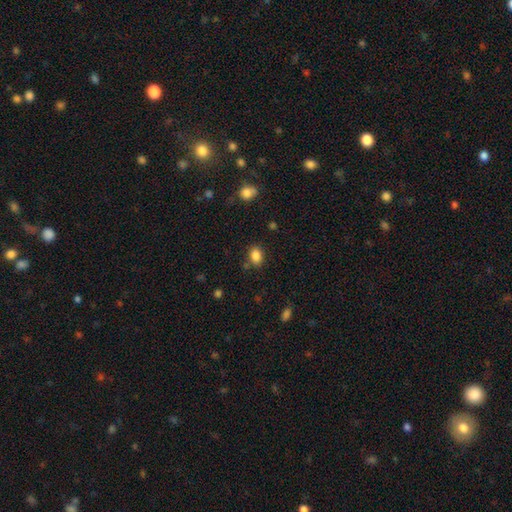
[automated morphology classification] Smooth or featured?
  - smooth: 85% *
  - star or artifact: 10%
  - featured or disk: 5%
How rounded?
  - in between: 75% *
  - round: 24%
  - cigar-shaped: 1%
Merging?
  - none: 78% *
  - minor disturbance: 13%
  - merger: 5%
  - major disturbance: 4%